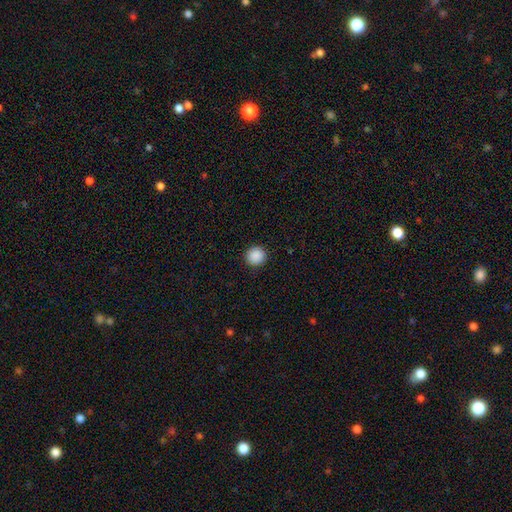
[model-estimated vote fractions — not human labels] Smooth or featured? smooth (89%)
How rounded? round (95%)
Merging? none (93%)